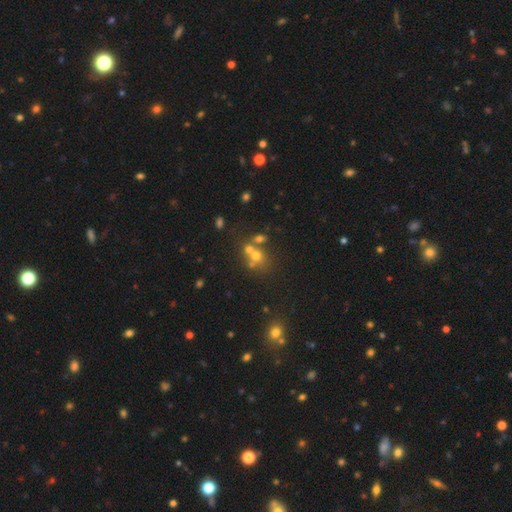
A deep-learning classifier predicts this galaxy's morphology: A smooth galaxy with no disk features (55%) that is round (75%).

Vote fractions:
- Smooth or featured? smooth: 55% / star or artifact: 22% / featured or disk: 22%
- How rounded? round: 75% / in between: 24% / cigar-shaped: 1%
- Merging? merger: 46% / none: 40% / minor disturbance: 9% / major disturbance: 5%